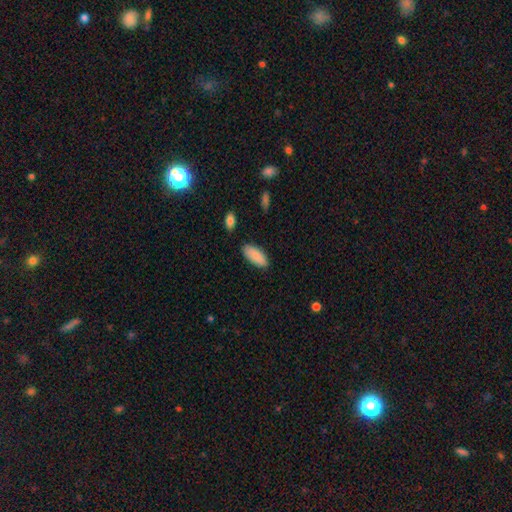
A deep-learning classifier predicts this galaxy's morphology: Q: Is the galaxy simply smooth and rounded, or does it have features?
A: smooth — 85%.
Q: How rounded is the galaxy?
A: in between — 89%.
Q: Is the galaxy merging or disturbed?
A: none — 84%.